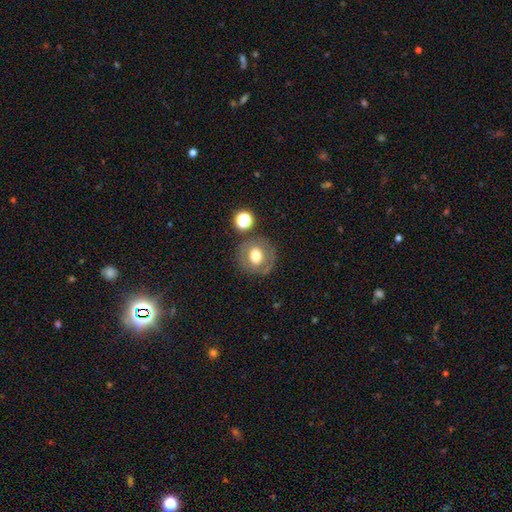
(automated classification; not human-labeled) Smooth or featured? smooth (59%)
How rounded? round (85%)
Merging? none (75%)